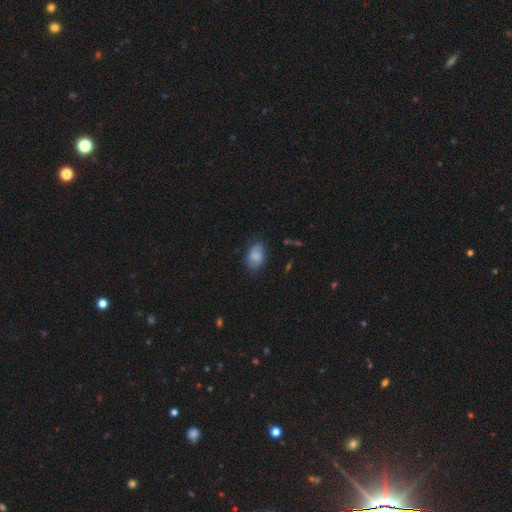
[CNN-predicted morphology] Smooth or featured? Predicted: smooth (p=0.78). How rounded? Predicted: in between (p=0.85). Merging? Predicted: none (p=0.73).